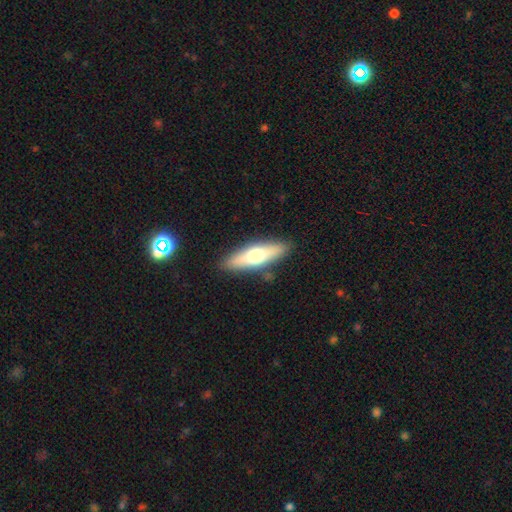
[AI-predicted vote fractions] smooth 54%, featured or disk 40%, star or artifact 6%. Down the decision tree: how rounded — cigar-shaped (58%); merging — none (87%).